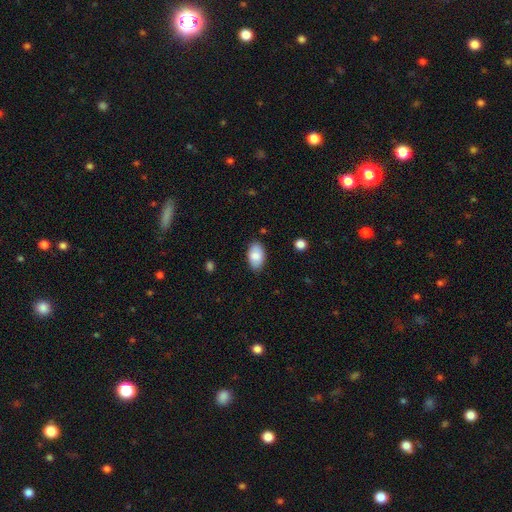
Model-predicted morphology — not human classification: This appears to be a smooth galaxy with no disk features (85%) that is in between round and cigar-shaped (94%). Merging: none (85%).